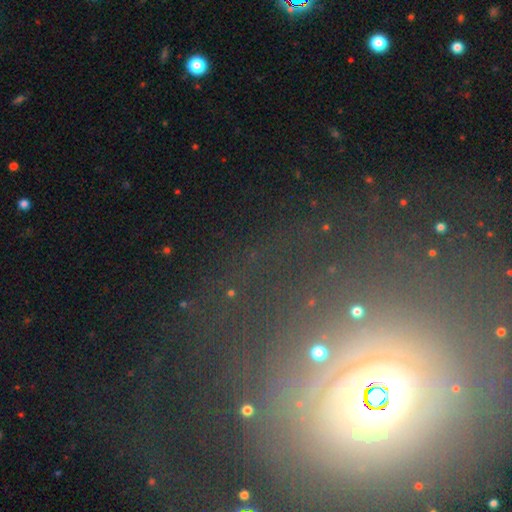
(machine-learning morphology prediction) This appears to be a star or artifact, not a galaxy (51%).